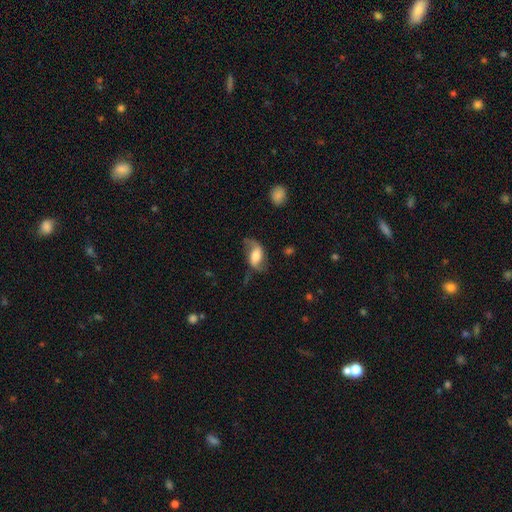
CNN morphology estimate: type=featured or disk (63%); edge-on=no (94%); bar=weak (41%); spiral arms=yes (89%); winding=loose (72%); arm count=2 (83%); bulge=moderate (41%); merging=none (55%).